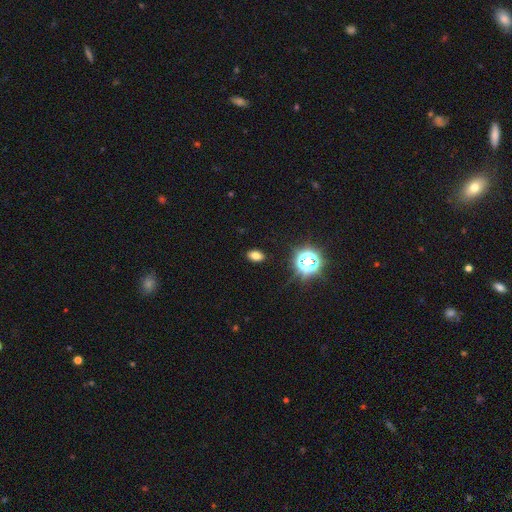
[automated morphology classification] Smooth or featured? Predicted: smooth (p=0.71). How rounded? Predicted: in between (p=0.84). Merging? Predicted: none (p=0.88).